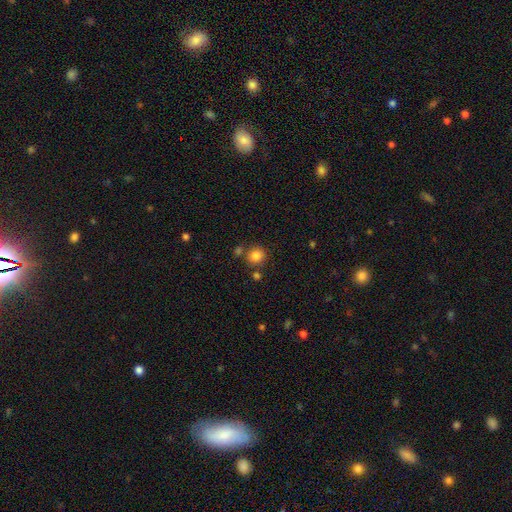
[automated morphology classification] smooth_or_featured: smooth (p=0.84) [alt: star or artifact p=0.11]
how_rounded: round (p=0.86) [alt: in between p=0.13]
merging: none (p=0.75) [alt: merger p=0.12]